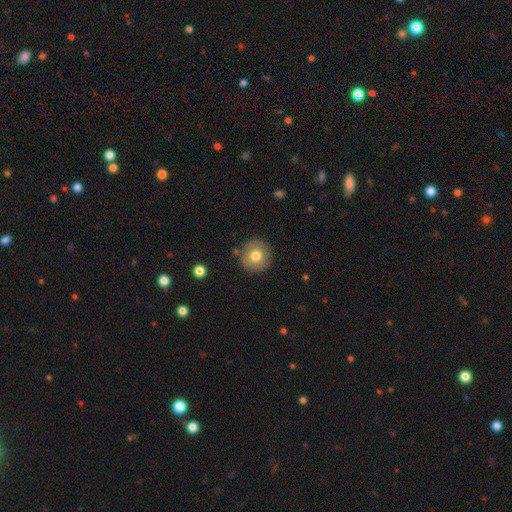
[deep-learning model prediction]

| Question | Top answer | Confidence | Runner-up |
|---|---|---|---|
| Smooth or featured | smooth | 73% | featured or disk (18%) |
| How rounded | round | 93% | in between (6%) |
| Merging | none | 87% | minor disturbance (8%) |